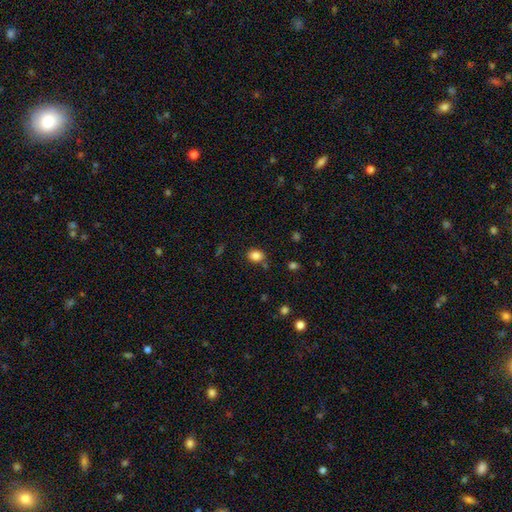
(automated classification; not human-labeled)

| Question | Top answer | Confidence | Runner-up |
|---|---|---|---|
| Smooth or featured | smooth | 84% | star or artifact (10%) |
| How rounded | in between | 59% | round (40%) |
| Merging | none | 79% | minor disturbance (12%) |